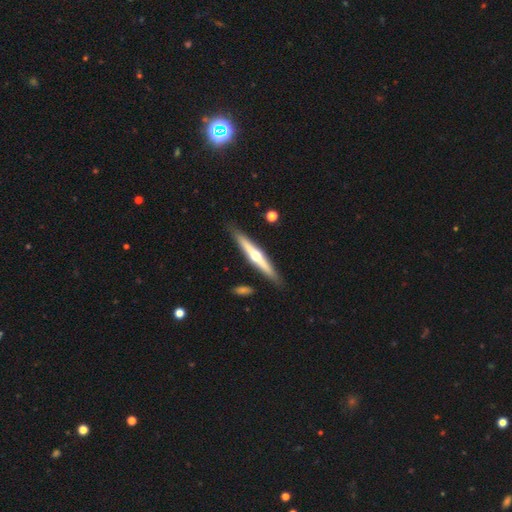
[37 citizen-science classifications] smooth_or_featured: featured or disk (p=0.57) [alt: smooth p=0.41]
disk_edge_on: yes (p=1.00)
edge_on_bulge: rounded (p=0.90) [alt: none p=0.10]
merging: none (p=0.89) [alt: minor disturbance p=0.08]